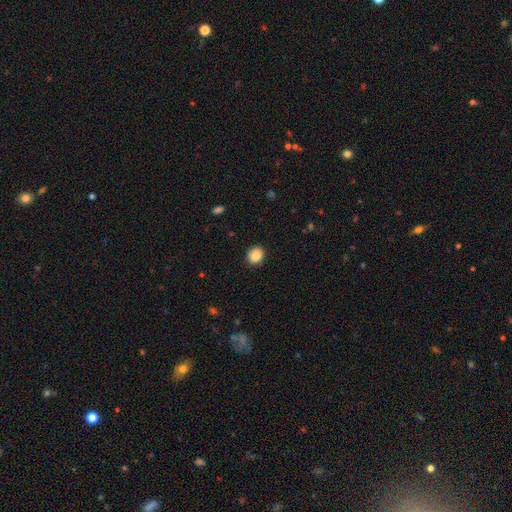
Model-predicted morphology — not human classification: Smooth or featured? Predicted: smooth (p=0.87). How rounded? Predicted: round (p=0.76). Merging? Predicted: none (p=0.86).